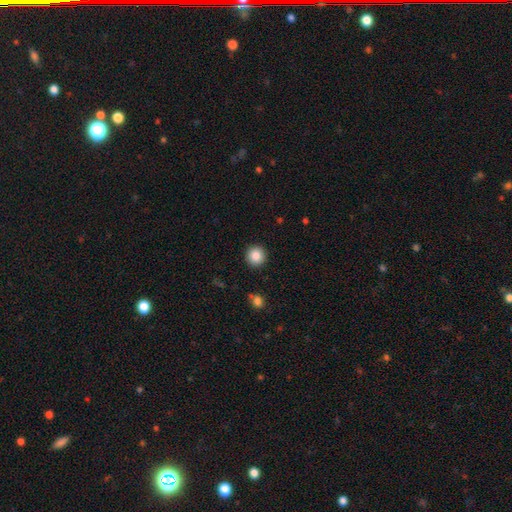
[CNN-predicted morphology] The model was most divided on "smooth or featured": smooth: 87%, star or artifact: 9%, featured or disk: 4%. More confident: how rounded — round (94%); merging — none (92%).